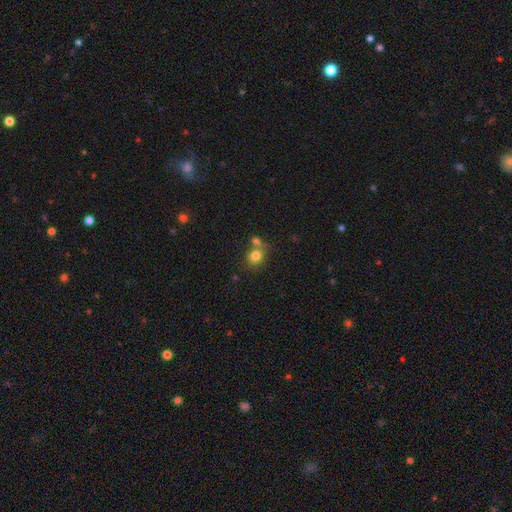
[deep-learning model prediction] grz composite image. It shows a smooth galaxy with no disk features (80%) that is round (69%). Merging: none (55%).